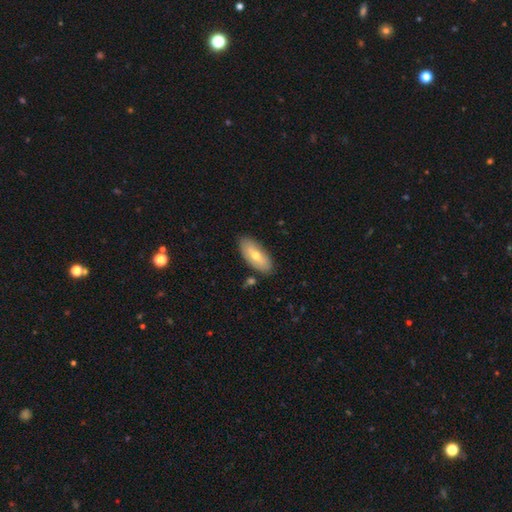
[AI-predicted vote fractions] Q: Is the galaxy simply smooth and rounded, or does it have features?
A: smooth — 63%.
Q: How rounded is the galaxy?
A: in between — 86%.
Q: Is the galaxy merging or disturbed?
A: none — 84%.